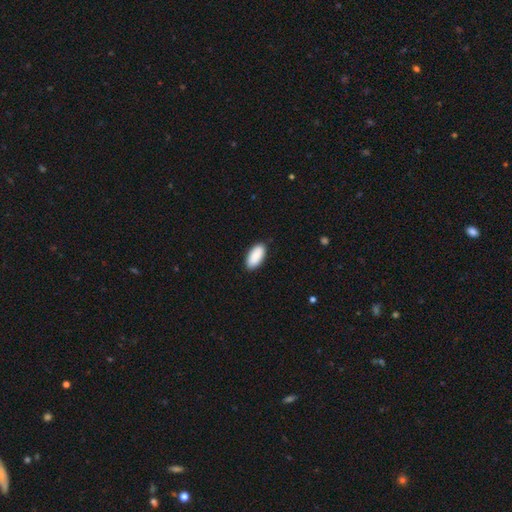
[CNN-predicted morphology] This is clearly a smooth galaxy (91%). How rounded: clearly in between (93%). Merging: clearly none (89%).